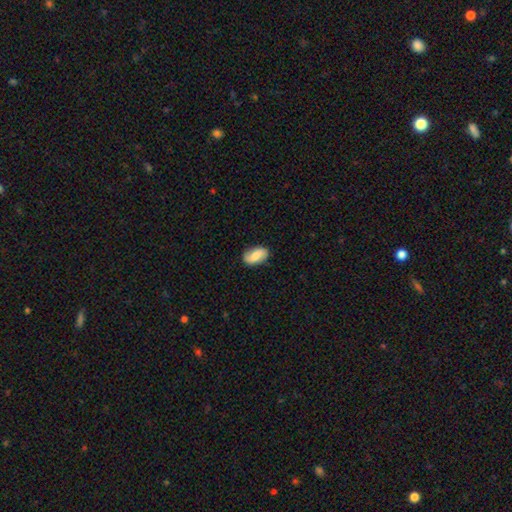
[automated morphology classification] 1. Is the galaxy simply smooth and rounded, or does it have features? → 56% smooth, 37% featured or disk, 7% star or artifact.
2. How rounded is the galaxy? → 91% in between, 7% round, 2% cigar-shaped.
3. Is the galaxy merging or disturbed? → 80% none, 15% minor disturbance, 3% major disturbance, 1% merger.